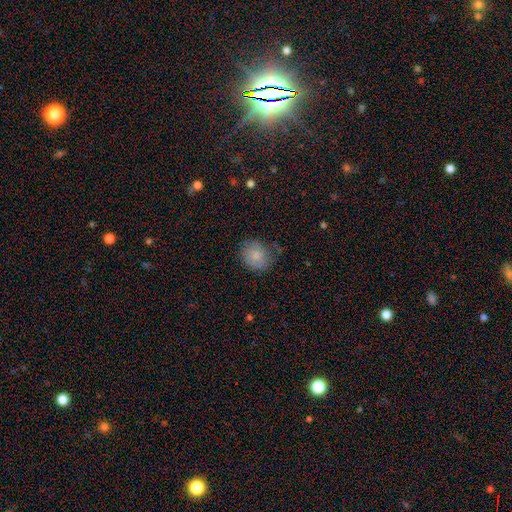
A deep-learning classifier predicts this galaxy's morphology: Smooth or featured? smooth (76%)
How rounded? round (69%)
Merging? none (61%)